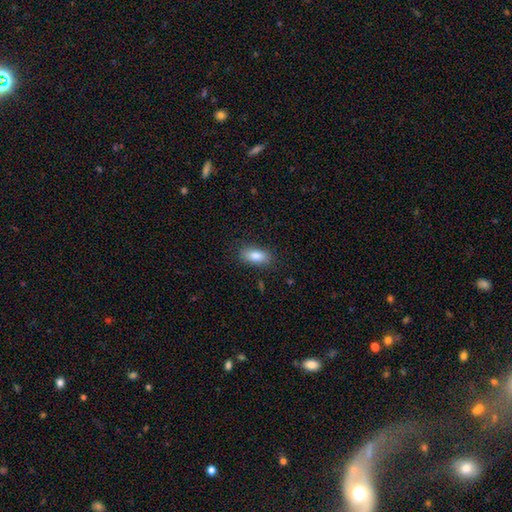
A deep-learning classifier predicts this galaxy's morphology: This is clearly a smooth galaxy (85%). How rounded: clearly in between (87%). Merging: clearly none (86%).